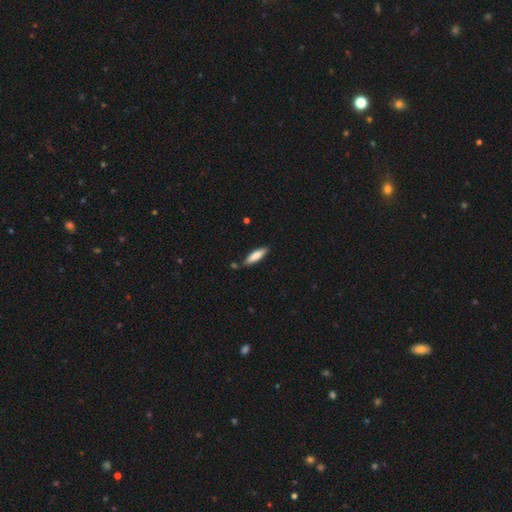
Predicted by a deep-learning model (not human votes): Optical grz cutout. It shows a smooth galaxy with no disk features (78%) that is cigar-shaped (67%). Merging: none (82%).